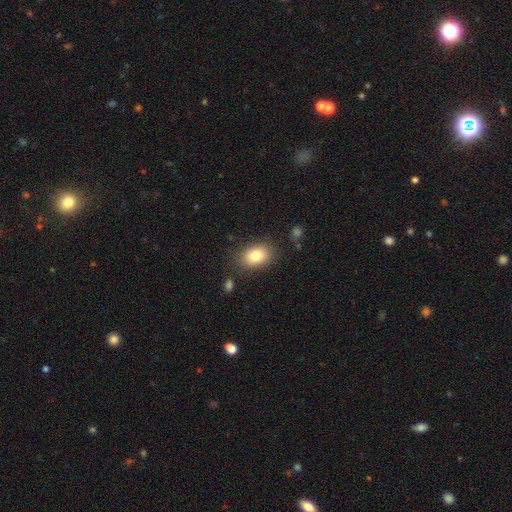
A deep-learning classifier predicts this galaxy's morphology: Smooth or featured? Predicted: smooth (p=0.83). How rounded? Predicted: in between (p=0.81). Merging? Predicted: none (p=0.81).